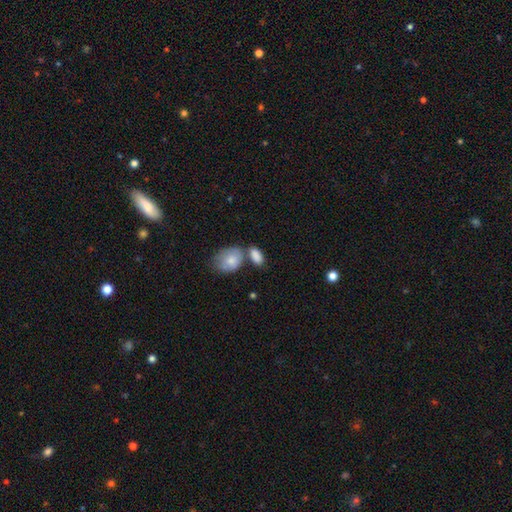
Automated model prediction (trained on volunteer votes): Q: Smooth or featured?
A: smooth (84%); runner-up: featured or disk (10%)
Q: How rounded?
A: in between (87%); runner-up: round (9%)
Q: Merging?
A: none (43%); runner-up: merger (36%)